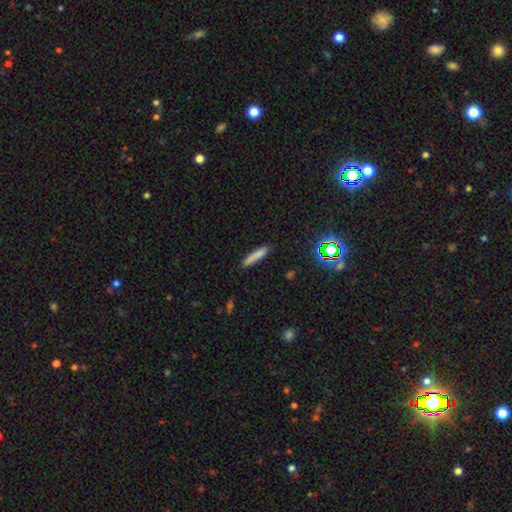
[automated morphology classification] Q: Smooth or featured?
A: smooth (79%); runner-up: featured or disk (11%)
Q: How rounded?
A: cigar-shaped (90%); runner-up: in between (8%)
Q: Merging?
A: none (84%); runner-up: minor disturbance (12%)